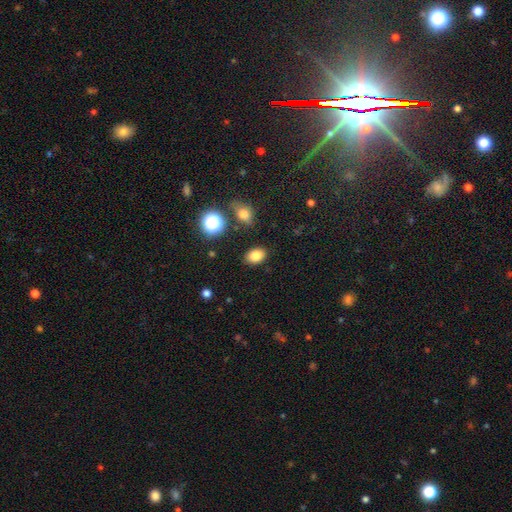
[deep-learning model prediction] A smooth galaxy with no disk features (81%) that is in between round and cigar-shaped (73%).

Vote fractions:
- Smooth or featured? smooth: 81% / star or artifact: 12% / featured or disk: 7%
- How rounded? in between: 73% / round: 26% / cigar-shaped: 1%
- Merging? none: 85% / minor disturbance: 9% / major disturbance: 3% / merger: 3%